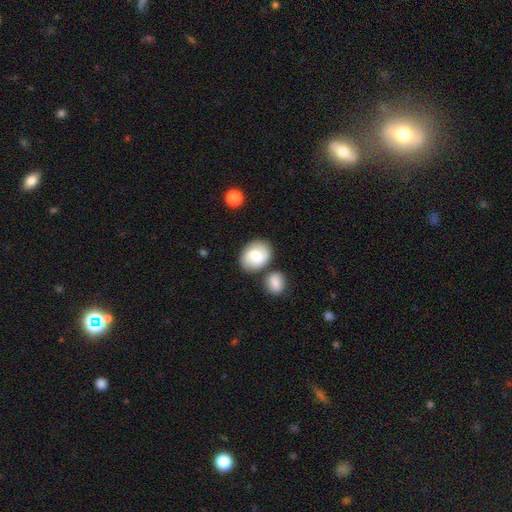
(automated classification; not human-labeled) This appears to be a smooth galaxy with no disk features (65%) that is in between round and cigar-shaped (58%). Merging: none (67%).